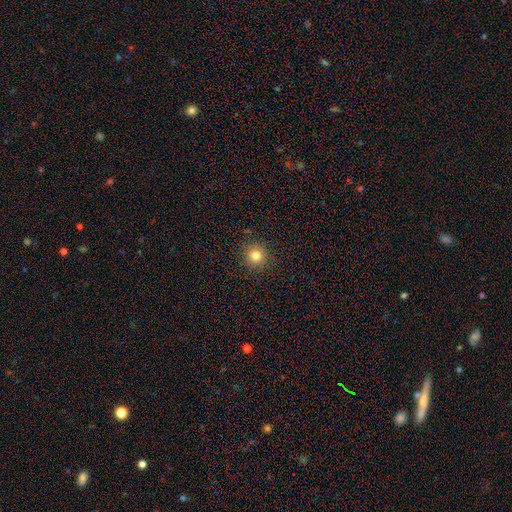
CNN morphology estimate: The model was most divided on "smooth or featured": smooth: 80%, star or artifact: 14%, featured or disk: 7%. More confident: how rounded — round (94%); merging — none (90%).